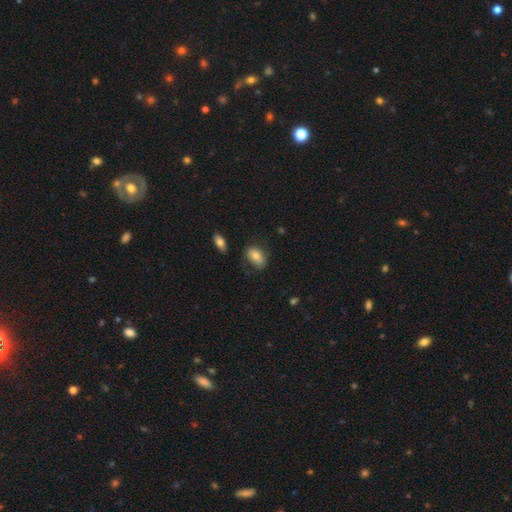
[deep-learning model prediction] Overall: smooth (76%). How rounded: in between (87%). Merging: none (70%).